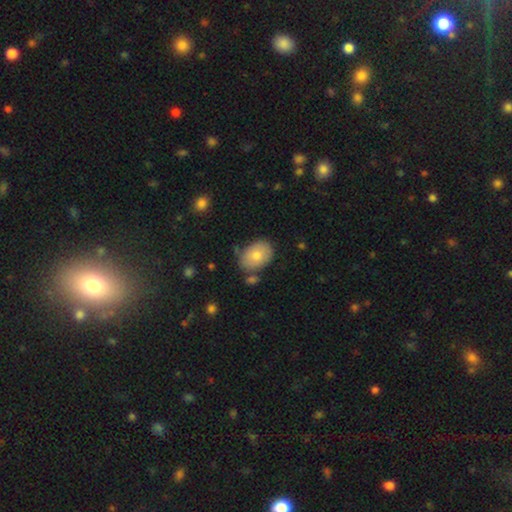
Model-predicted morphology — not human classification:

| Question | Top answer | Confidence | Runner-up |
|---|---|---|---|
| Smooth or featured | smooth | 76% | featured or disk (17%) |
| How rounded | in between | 79% | round (20%) |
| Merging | none | 70% | minor disturbance (19%) |